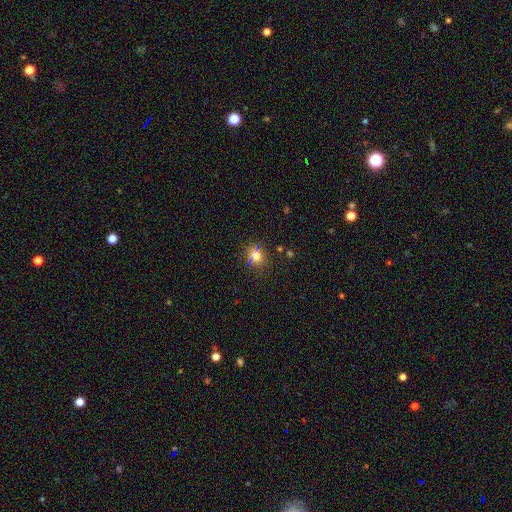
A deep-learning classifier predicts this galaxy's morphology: smooth 71%, star or artifact 20%, featured or disk 9%. Down the decision tree: how rounded — round (67%); merging — none (79%).